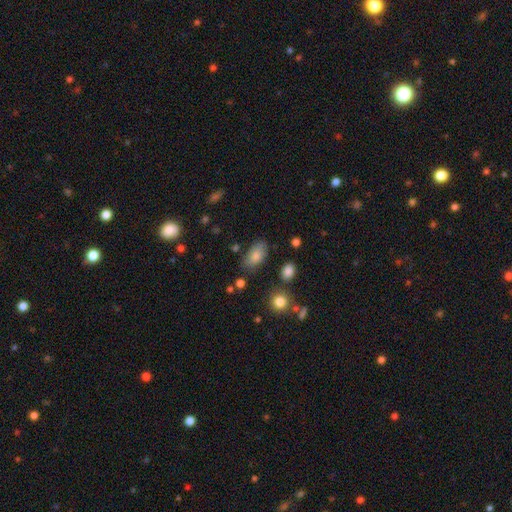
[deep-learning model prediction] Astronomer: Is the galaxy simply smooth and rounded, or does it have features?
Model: smooth — 80%.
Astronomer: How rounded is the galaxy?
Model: in between — 91%.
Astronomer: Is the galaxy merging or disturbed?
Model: none — 74%.